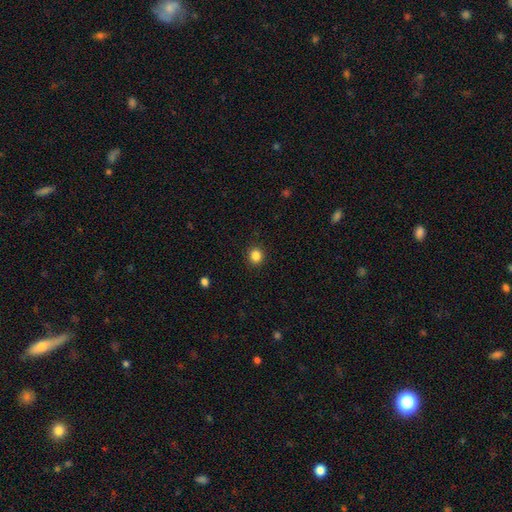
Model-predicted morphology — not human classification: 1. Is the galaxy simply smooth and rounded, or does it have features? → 85% smooth, 11% star or artifact, 4% featured or disk.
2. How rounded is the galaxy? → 86% round, 13% in between, 1% cigar-shaped.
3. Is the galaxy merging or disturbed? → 90% none, 6% minor disturbance, 2% major disturbance, 1% merger.